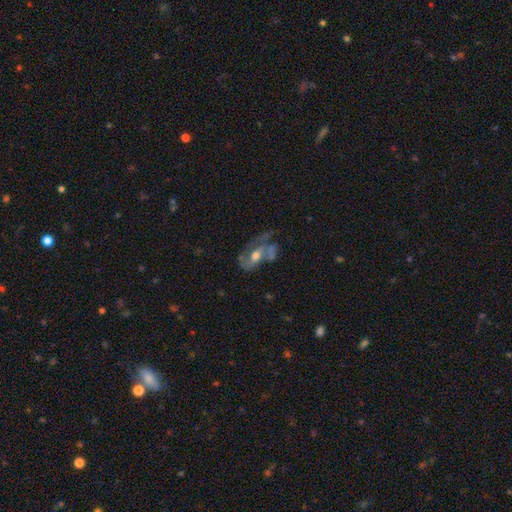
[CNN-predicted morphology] smooth_or_featured: featured or disk (p=0.76) [alt: smooth p=0.15]
disk_edge_on: no (p=0.94) [alt: yes p=0.06]
bar: no (p=0.54) [alt: weak p=0.33]
has_spiral_arms: yes (p=0.80) [alt: no p=0.20]
spiral_winding: medium (p=0.44) [alt: loose p=0.32]
spiral_arm_count: 2 (p=0.58) [alt: can't tell p=0.17]
bulge_size: moderate (p=0.67) [alt: small p=0.18]
merging: none (p=0.37) [alt: major disturbance p=0.30]